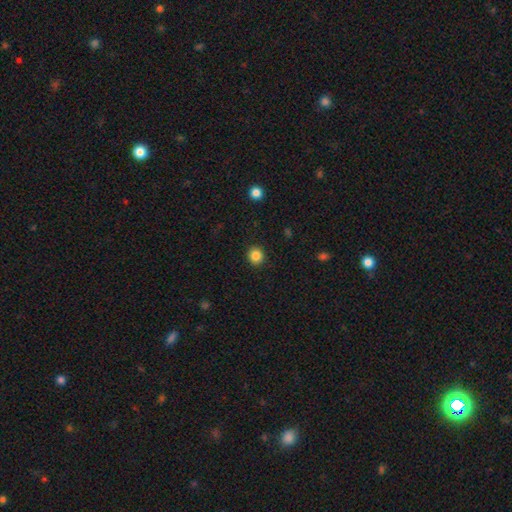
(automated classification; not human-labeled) Morphology: type=smooth (86%); roundness=round (89%); merging=none (92%).